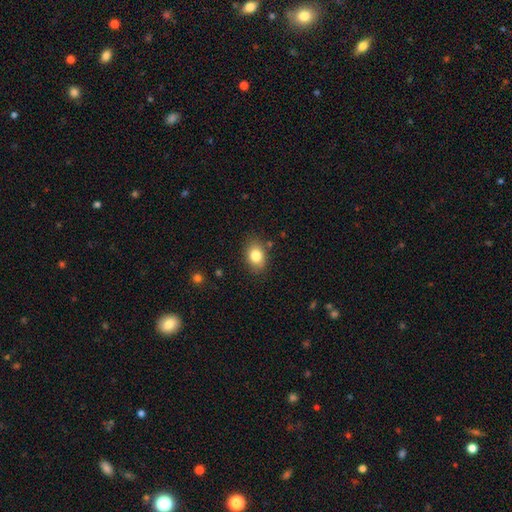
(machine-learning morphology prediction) A smooth galaxy with no disk features (83%) that is in between round and cigar-shaped (75%).

Vote fractions:
- Smooth or featured? smooth: 83% / featured or disk: 9% / star or artifact: 9%
- How rounded? in between: 75% / round: 24% / cigar-shaped: 1%
- Merging? none: 83% / minor disturbance: 12% / major disturbance: 3% / merger: 2%